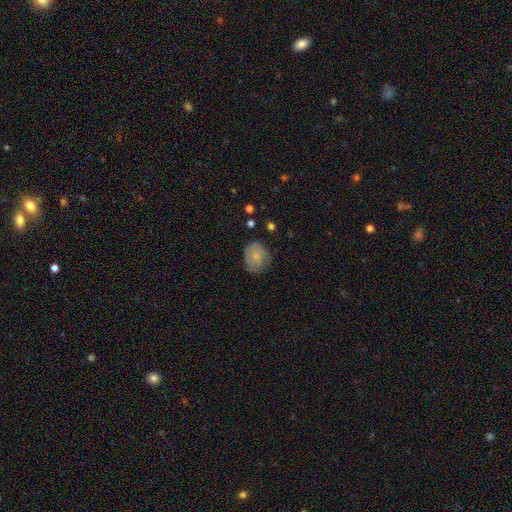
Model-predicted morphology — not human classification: Smooth or featured? smooth (70%)
How rounded? round (65%)
Merging? none (69%)